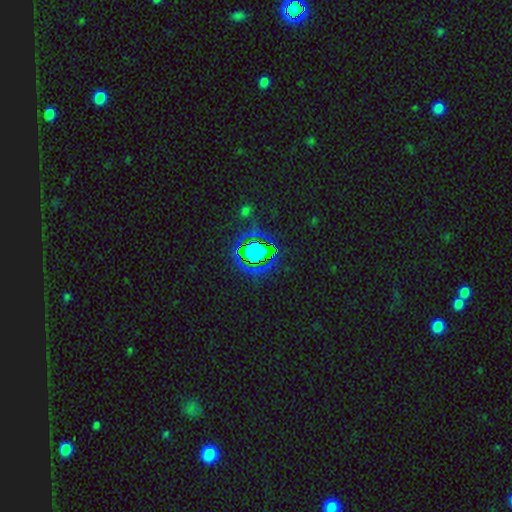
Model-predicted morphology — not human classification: Overall: star or artifact (80%).